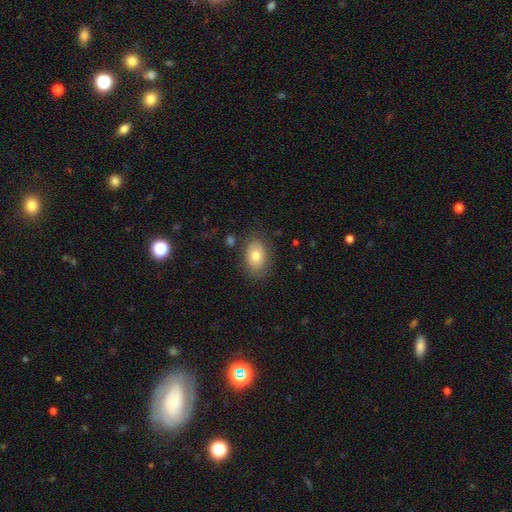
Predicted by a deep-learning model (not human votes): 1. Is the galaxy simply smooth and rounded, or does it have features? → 76% smooth, 16% featured or disk, 8% star or artifact.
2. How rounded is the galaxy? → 83% in between, 16% round, 1% cigar-shaped.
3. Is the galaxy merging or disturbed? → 80% none, 13% minor disturbance, 4% major disturbance, 2% merger.